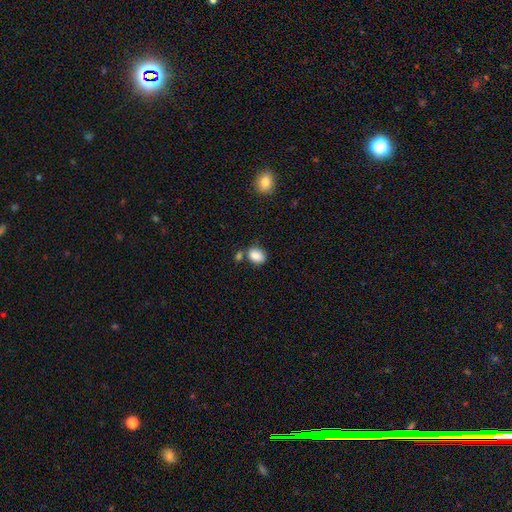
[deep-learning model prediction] A smooth galaxy with no disk features (87%) that is in between round and cigar-shaped (71%). Merging: none (62%).